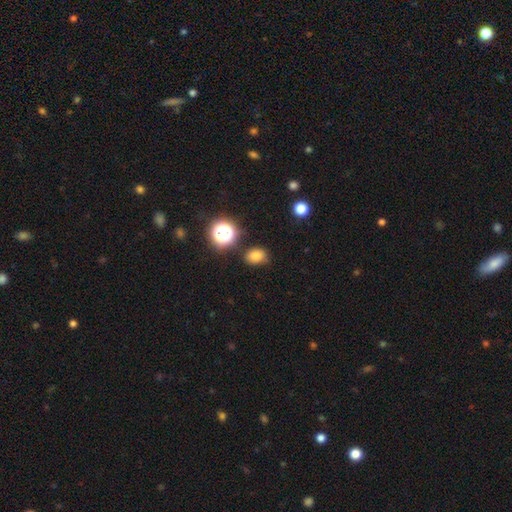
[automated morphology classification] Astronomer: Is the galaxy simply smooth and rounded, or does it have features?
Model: smooth — 79%.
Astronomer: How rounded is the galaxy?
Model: in between — 58% (runner-up: round, 41%).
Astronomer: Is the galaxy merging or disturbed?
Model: none — 77%.